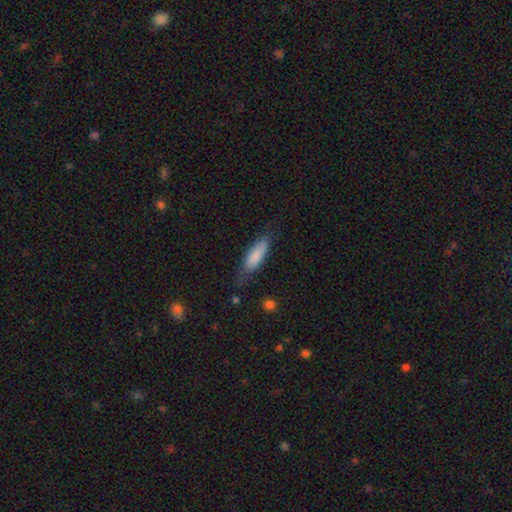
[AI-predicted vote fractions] This is clearly a smooth galaxy (82%). How rounded: possibly in between (51%). Merging: likely none (65%).